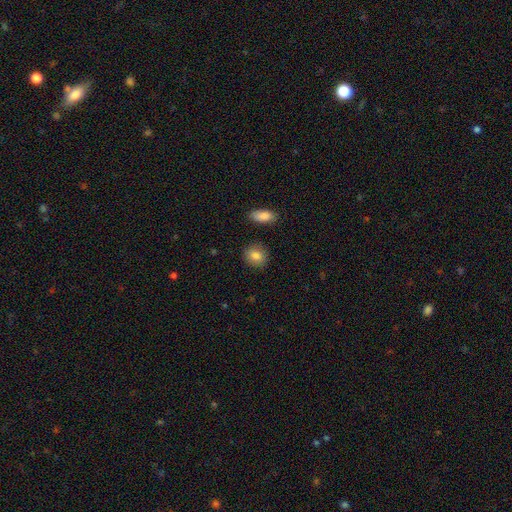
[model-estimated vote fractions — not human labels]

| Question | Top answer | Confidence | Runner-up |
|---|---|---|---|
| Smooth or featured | smooth | 85% | star or artifact (8%) |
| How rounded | round | 66% | in between (32%) |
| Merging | none | 88% | minor disturbance (8%) |